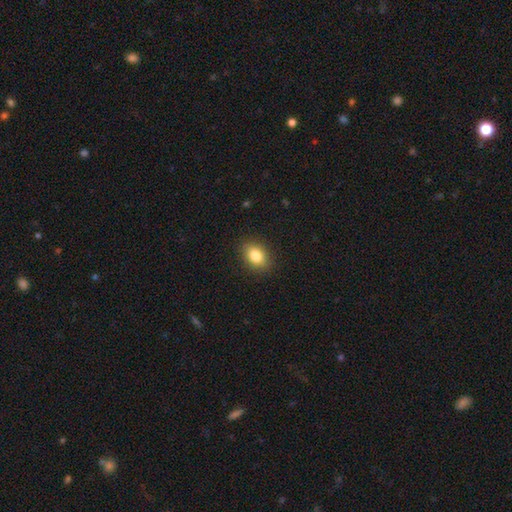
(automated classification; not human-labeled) smooth-or-featured: smooth: 83% | star or artifact: 9% | featured or disk: 8%
  how-rounded: in between: 72% | round: 26% | cigar-shaped: 1%
  merging: none: 89% | minor disturbance: 8% | major disturbance: 2% | merger: 1%